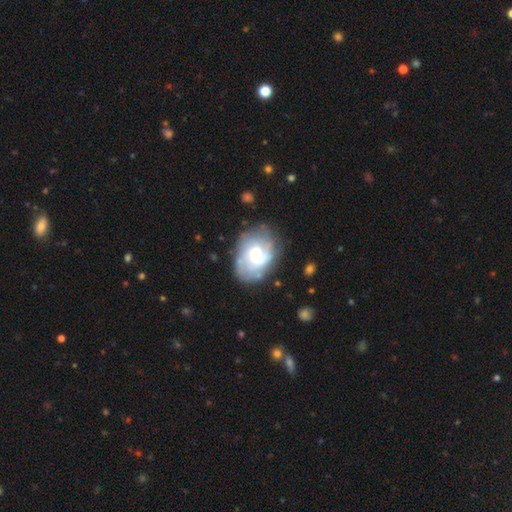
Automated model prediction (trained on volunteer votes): Smooth or featured? Predicted: featured or disk (p=0.67). Edge-on disk? Predicted: no (p=0.97). Bar? Predicted: no (p=0.61). Spiral arms? Predicted: yes (p=0.83). Spiral winding? Predicted: tight (p=0.41). Spiral arm count? Predicted: 2 (p=0.38). Bulge size? Predicted: moderate (p=0.50). Merging? Predicted: none (p=0.65).